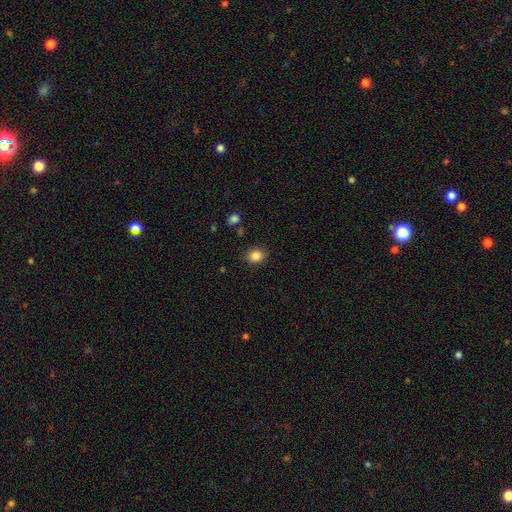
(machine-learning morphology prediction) smooth_or_featured: smooth (p=0.86) [alt: star or artifact p=0.10]
how_rounded: round (p=0.67) [alt: in between p=0.33]
merging: none (p=0.86) [alt: minor disturbance p=0.09]